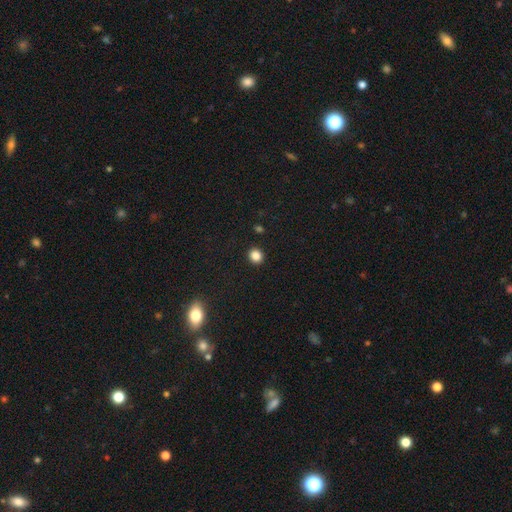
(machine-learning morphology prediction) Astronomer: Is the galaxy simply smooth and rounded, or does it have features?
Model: smooth — 85%.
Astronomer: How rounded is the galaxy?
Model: round — 80%.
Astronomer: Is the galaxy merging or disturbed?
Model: none — 92%.